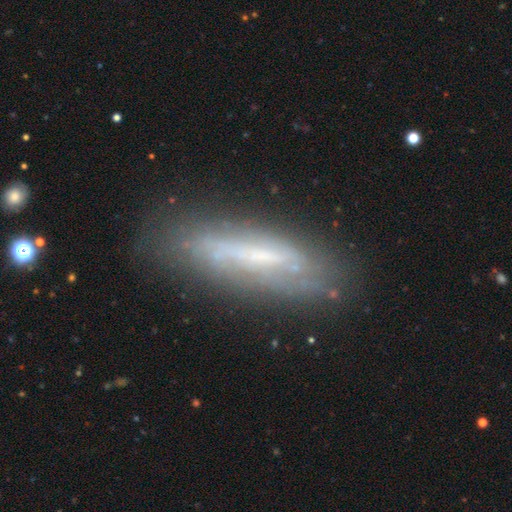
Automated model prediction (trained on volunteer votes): A featured or disk galaxy (58%) viewed edge-on (53%).

Vote fractions:
- Smooth or featured? featured or disk: 58% / smooth: 33% / star or artifact: 9%
- Edge-on disk? yes: 53% / no: 47%
- Merging? none: 71% / minor disturbance: 19% / major disturbance: 7% / merger: 3%